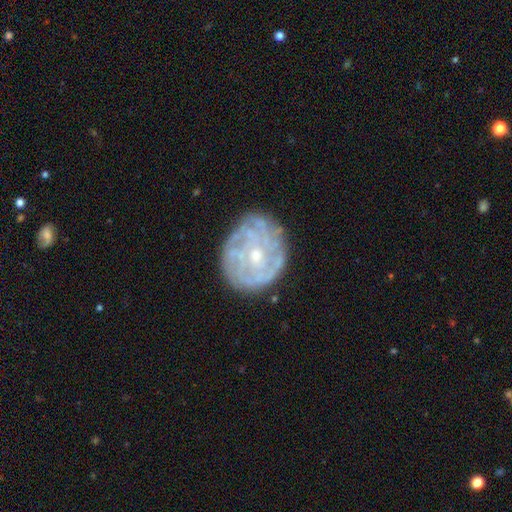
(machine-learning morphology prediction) Smooth or featured? featured or disk (76%)
Edge-on disk? no (97%)
Bar? no (75%)
Spiral arms? yes (76%)
Spiral winding? tight (72%)
Spiral arm count? can't tell (55%)
Bulge size? small (57%)
Merging? none (76%)